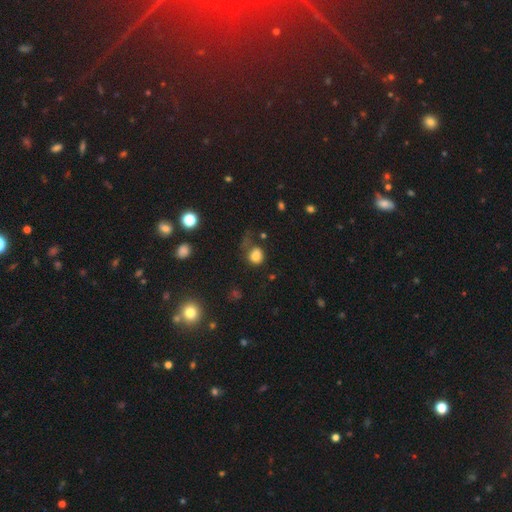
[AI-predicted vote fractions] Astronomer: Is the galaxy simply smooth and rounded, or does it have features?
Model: smooth — 81%.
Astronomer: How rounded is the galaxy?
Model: round — 66%.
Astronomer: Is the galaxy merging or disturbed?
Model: none — 47% (runner-up: minor disturbance, 24%).